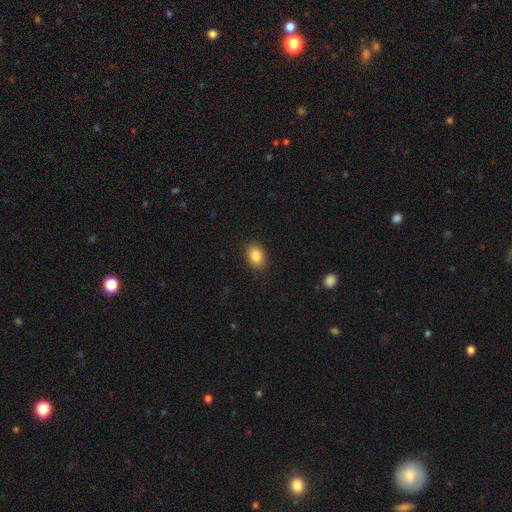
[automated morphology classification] Smooth or featured?
  - smooth: 86% *
  - star or artifact: 8%
  - featured or disk: 5%
How rounded?
  - in between: 72% *
  - round: 27%
  - cigar-shaped: 1%
Merging?
  - none: 88% *
  - minor disturbance: 9%
  - major disturbance: 2%
  - merger: 1%